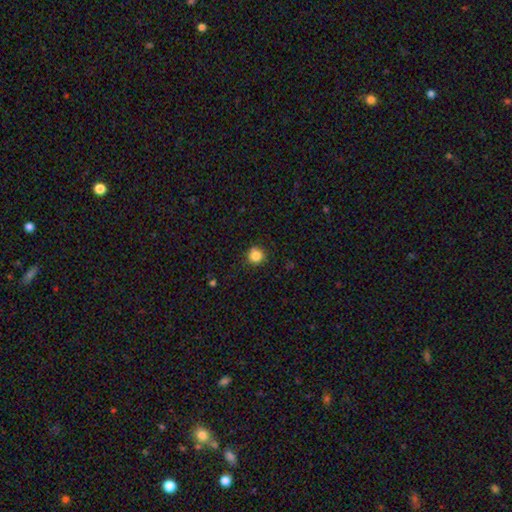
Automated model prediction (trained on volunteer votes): Smooth or featured?
  - smooth: 85% *
  - star or artifact: 11%
  - featured or disk: 4%
How rounded?
  - round: 93% *
  - in between: 6%
  - cigar-shaped: 1%
Merging?
  - none: 88% *
  - minor disturbance: 9%
  - major disturbance: 2%
  - merger: 1%